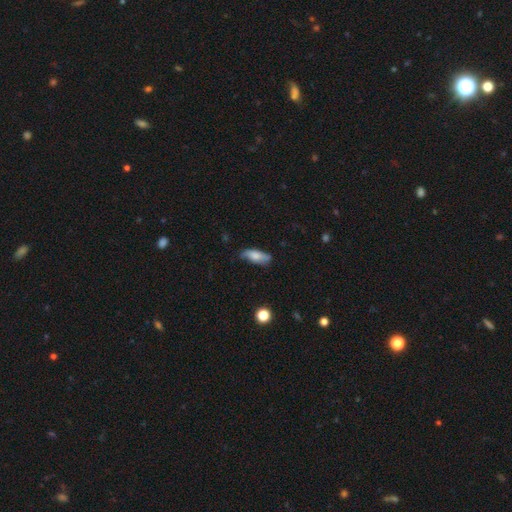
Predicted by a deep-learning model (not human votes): Smooth or featured: smooth — 70% (featured or disk — 23%)
How rounded: in between — 68% (cigar-shaped — 29%)
Merging: none — 66% (minor disturbance — 26%)